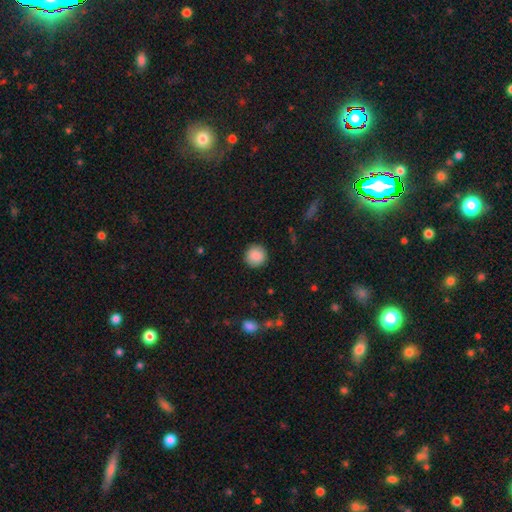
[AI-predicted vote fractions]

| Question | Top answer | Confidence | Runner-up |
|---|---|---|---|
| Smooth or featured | smooth | 89% | star or artifact (8%) |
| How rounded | round | 95% | in between (4%) |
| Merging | none | 91% | minor disturbance (6%) |